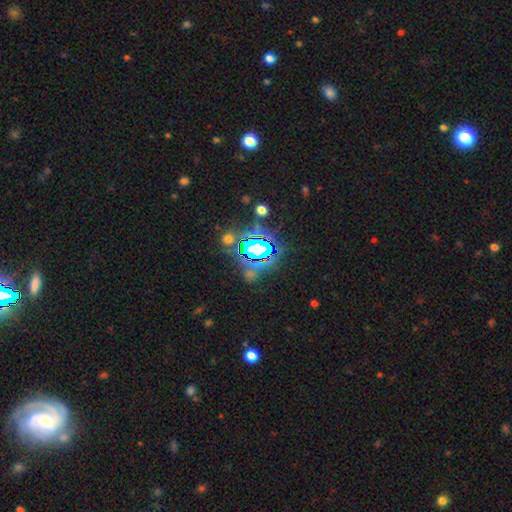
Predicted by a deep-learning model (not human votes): Smooth or featured?
  - star or artifact: 79% *
  - smooth: 12%
  - featured or disk: 9%